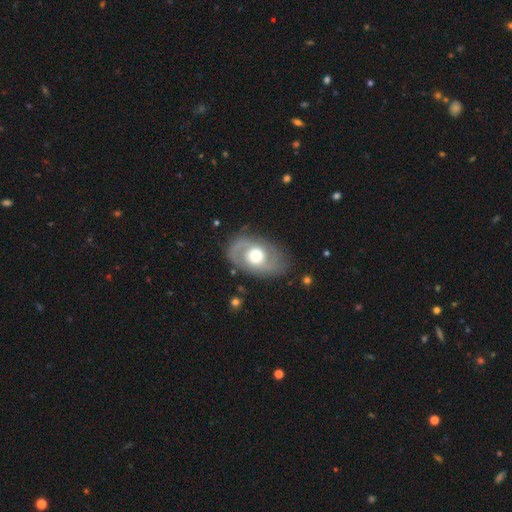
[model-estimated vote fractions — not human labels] A featured or disk galaxy (71%) with no bar (76%), spiral arms (70%) and a moderate central bulge (62%). Merging: none (79%).